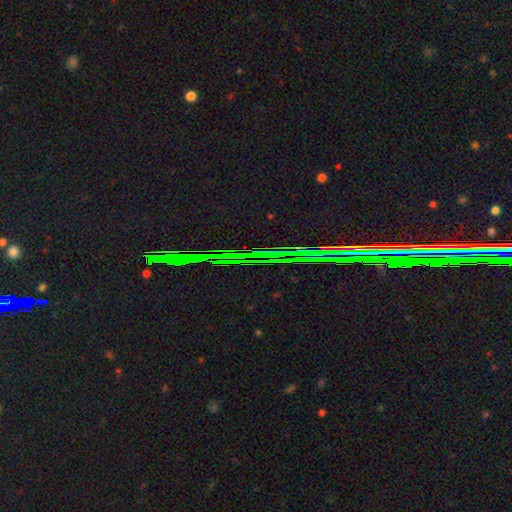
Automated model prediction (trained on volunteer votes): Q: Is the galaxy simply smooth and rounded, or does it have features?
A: star or artifact — 84%.